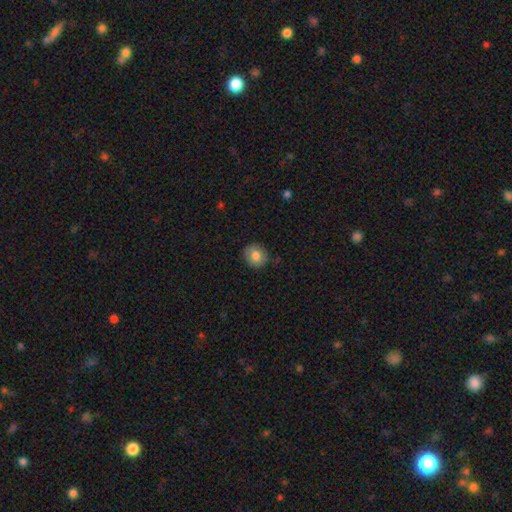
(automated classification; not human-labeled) Smooth or featured? smooth (79%)
How rounded? round (82%)
Merging? none (86%)